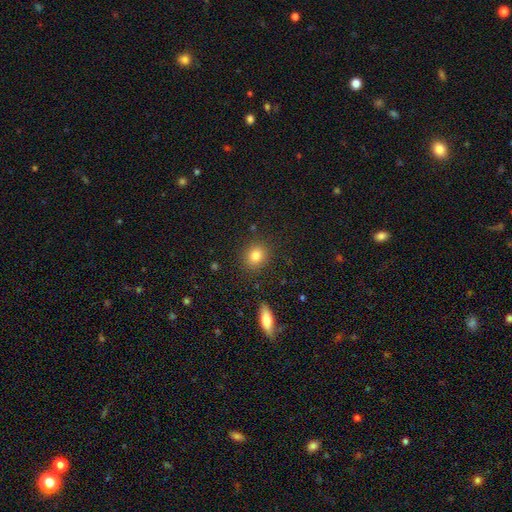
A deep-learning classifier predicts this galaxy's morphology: A smooth galaxy with no disk features (82%) that is round (70%).

Vote fractions:
- Smooth or featured? smooth: 82% / star or artifact: 11% / featured or disk: 7%
- How rounded? round: 70% / in between: 28% / cigar-shaped: 1%
- Merging? none: 87% / minor disturbance: 8% / major disturbance: 3% / merger: 3%